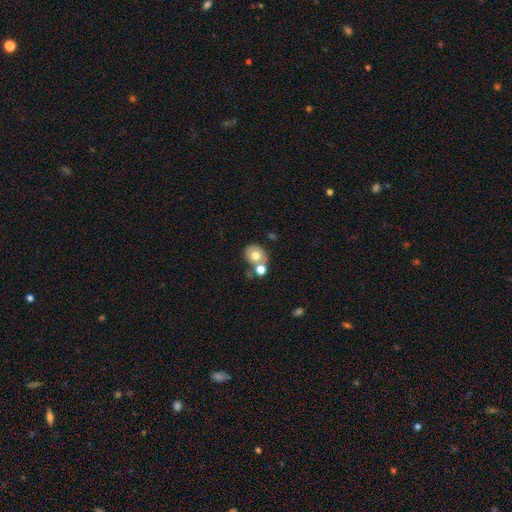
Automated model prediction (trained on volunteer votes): Morphology: type=smooth (69%); roundness=round (69%); merging=none (46%).